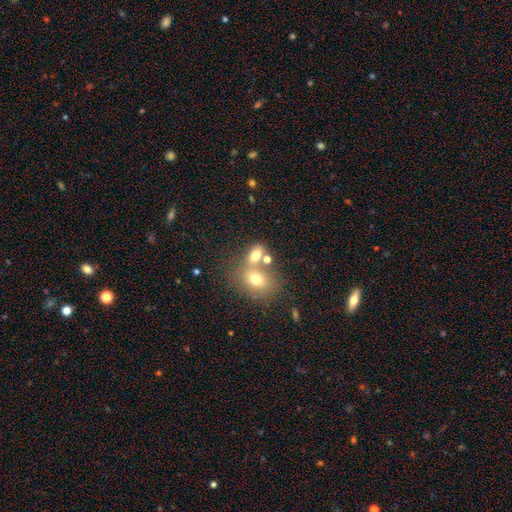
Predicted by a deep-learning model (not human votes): Smooth or featured?
  - smooth: 70% *
  - featured or disk: 18%
  - star or artifact: 12%
How rounded?
  - in between: 66% *
  - round: 32%
  - cigar-shaped: 2%
Merging?
  - merger: 50% *
  - none: 35%
  - minor disturbance: 10%
  - major disturbance: 5%